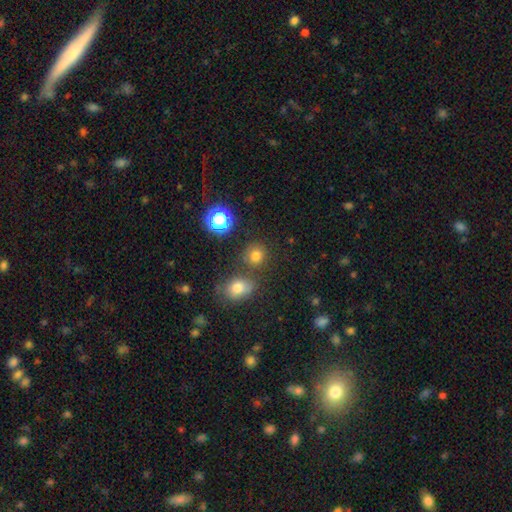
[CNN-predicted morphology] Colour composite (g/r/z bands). It shows a smooth galaxy with no disk features (75%) that is round (84%). Merging: none (78%).